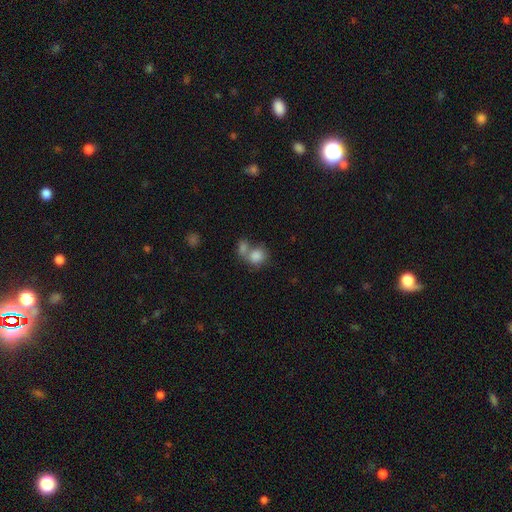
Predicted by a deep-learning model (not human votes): Overall: smooth (83%). How rounded: round (69%; in between 30%). Merging: merger (52%; none 34%).